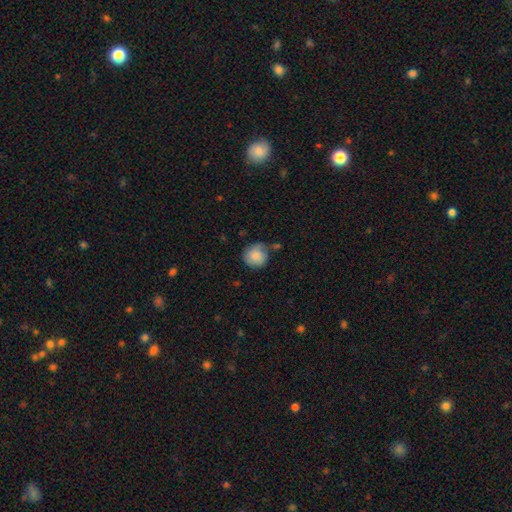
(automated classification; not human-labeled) Q: Smooth or featured?
A: smooth (83%); runner-up: featured or disk (10%)
Q: How rounded?
A: round (89%); runner-up: in between (10%)
Q: Merging?
A: none (57%); runner-up: minor disturbance (27%)